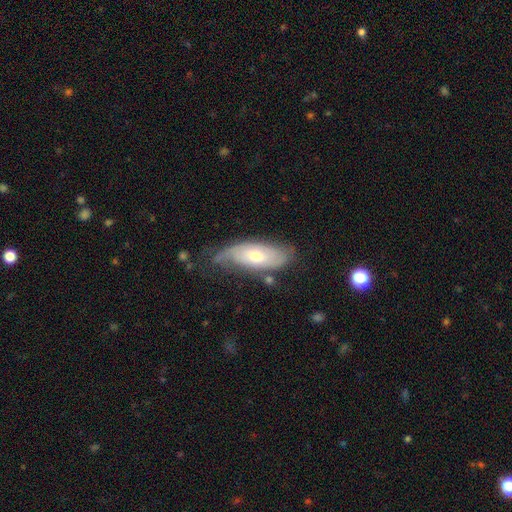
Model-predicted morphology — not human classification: A featured or disk galaxy (56%).

Vote fractions:
- Smooth or featured? featured or disk: 56% / smooth: 38% / star or artifact: 7%
- Edge-on disk? no: 81% / yes: 19%
- Merging? none: 55% / minor disturbance: 30% / major disturbance: 12% / merger: 3%